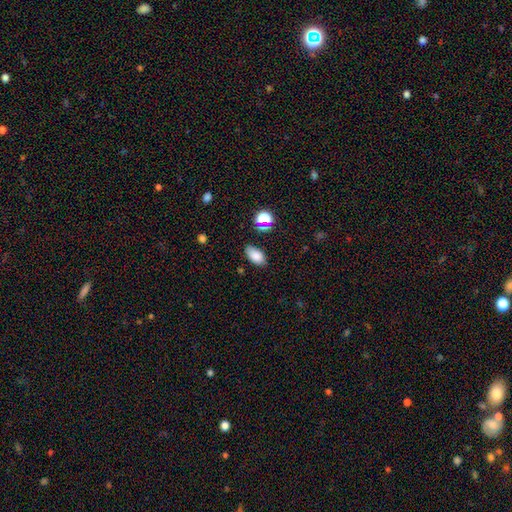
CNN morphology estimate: This appears to be a smooth galaxy with no disk features (82%) that is in between round and cigar-shaped (91%). Merging: none (80%).